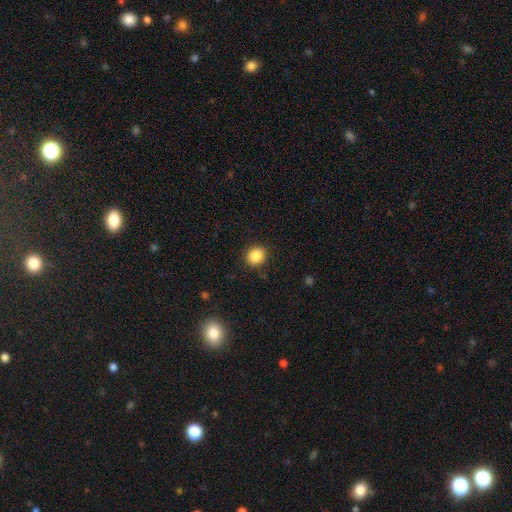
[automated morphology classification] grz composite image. It shows a smooth galaxy with no disk features (87%) that is round (84%). Merging: none (89%).